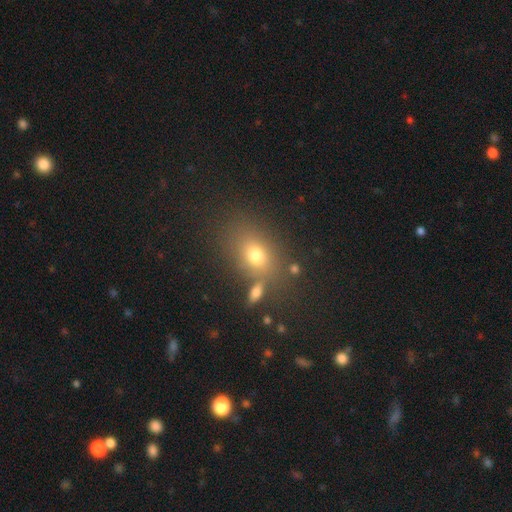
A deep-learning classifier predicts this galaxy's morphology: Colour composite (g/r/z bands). It shows a smooth galaxy with no disk features (72%) that is in between round and cigar-shaped (67%). Merging: none (69%).